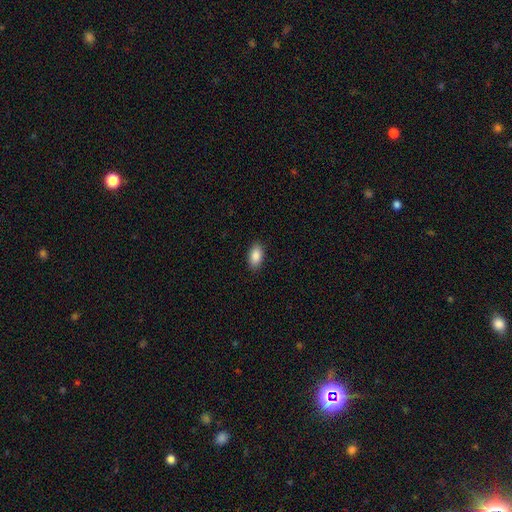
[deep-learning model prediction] A smooth galaxy with no disk features (88%) that is in between round and cigar-shaped (93%).

Vote fractions:
- Smooth or featured? smooth: 88% / star or artifact: 7% / featured or disk: 5%
- How rounded? in between: 93% / cigar-shaped: 4% / round: 4%
- Merging? none: 89% / minor disturbance: 8% / major disturbance: 2% / merger: 1%